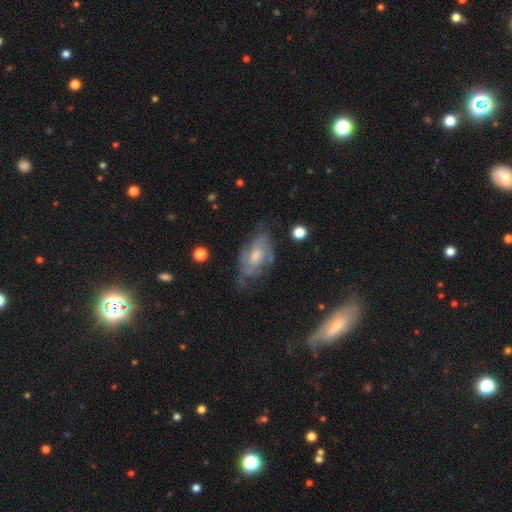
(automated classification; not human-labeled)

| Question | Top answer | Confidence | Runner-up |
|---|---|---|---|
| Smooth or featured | featured or disk | 65% | smooth (28%) |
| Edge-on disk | no | 93% | yes (7%) |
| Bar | no | 68% | weak (28%) |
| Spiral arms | yes | 68% | no (32%) |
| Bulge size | moderate | 50% | small (30%) |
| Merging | none | 53% | minor disturbance (27%) |